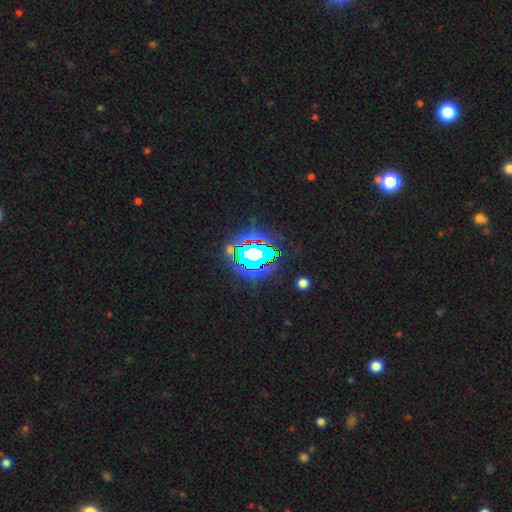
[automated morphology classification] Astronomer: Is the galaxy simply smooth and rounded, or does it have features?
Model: star or artifact — 78%.